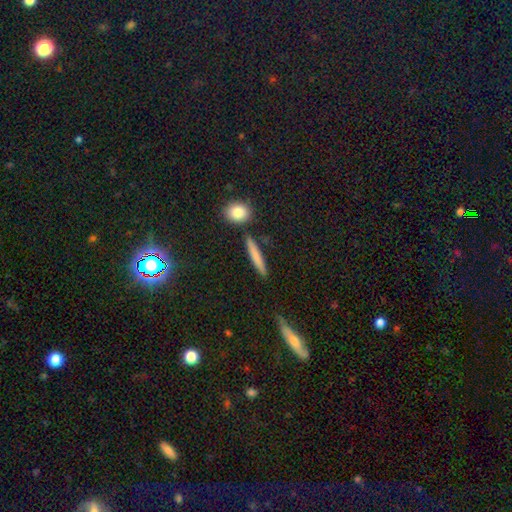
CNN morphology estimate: Smooth or featured? smooth (72%)
How rounded? cigar-shaped (91%)
Merging? none (86%)